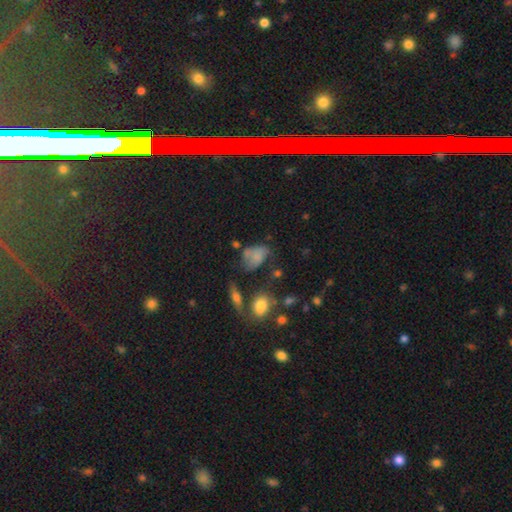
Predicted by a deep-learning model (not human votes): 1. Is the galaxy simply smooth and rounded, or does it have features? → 67% smooth, 21% featured or disk, 12% star or artifact.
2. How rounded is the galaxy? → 81% in between, 17% round, 2% cigar-shaped.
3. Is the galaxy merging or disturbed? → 35% none, 30% minor disturbance, 21% major disturbance, 13% merger.